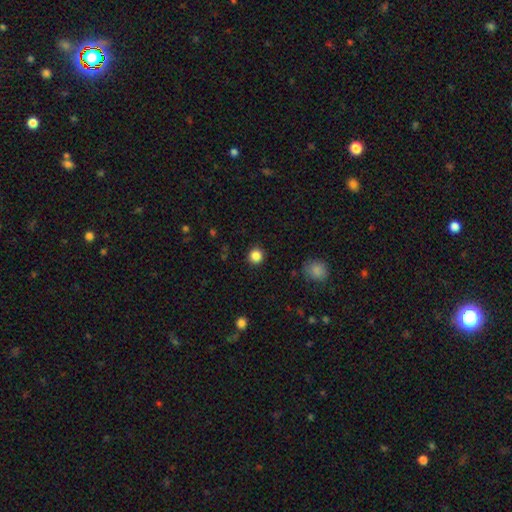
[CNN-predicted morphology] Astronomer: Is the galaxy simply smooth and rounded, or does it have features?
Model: smooth — 86%.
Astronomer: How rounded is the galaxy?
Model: round — 93%.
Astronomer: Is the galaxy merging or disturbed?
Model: none — 91%.